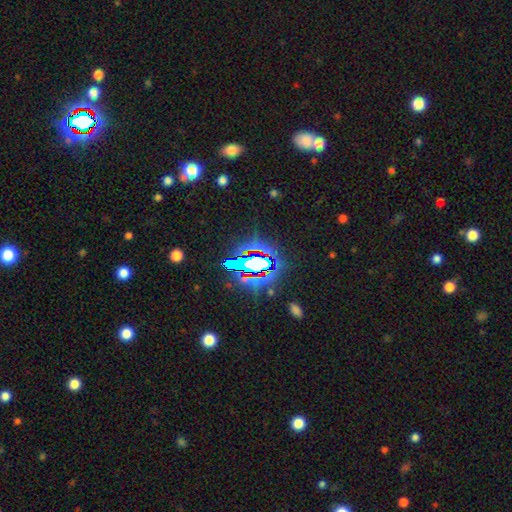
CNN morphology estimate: This is clearly a star or artifact rather than a galaxy (80%).